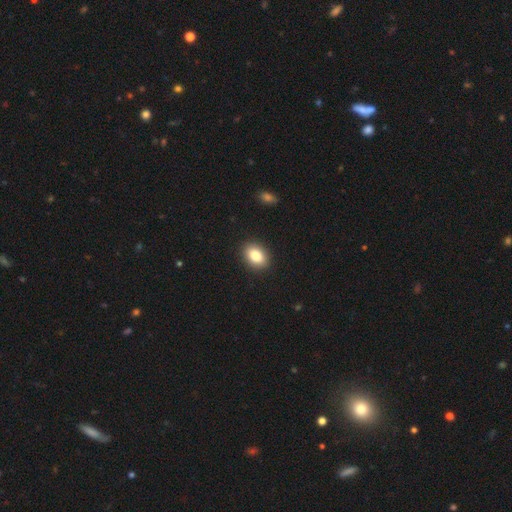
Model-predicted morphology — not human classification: Smooth or featured? Predicted: smooth (p=0.85). How rounded? Predicted: in between (p=0.82). Merging? Predicted: none (p=0.90).